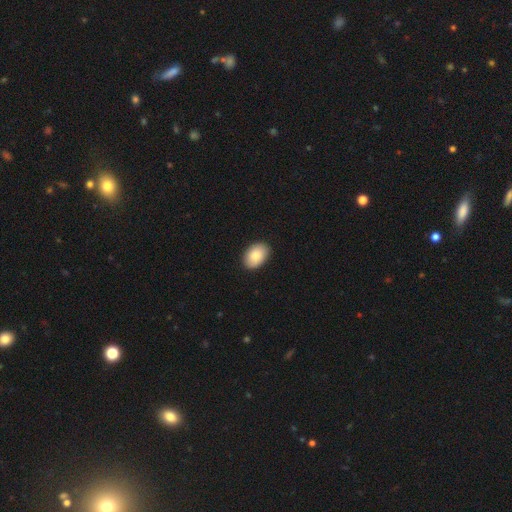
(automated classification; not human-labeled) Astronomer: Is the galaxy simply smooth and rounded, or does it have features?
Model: smooth — 86%.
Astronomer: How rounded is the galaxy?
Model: in between — 87%.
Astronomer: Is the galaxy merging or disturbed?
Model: none — 89%.